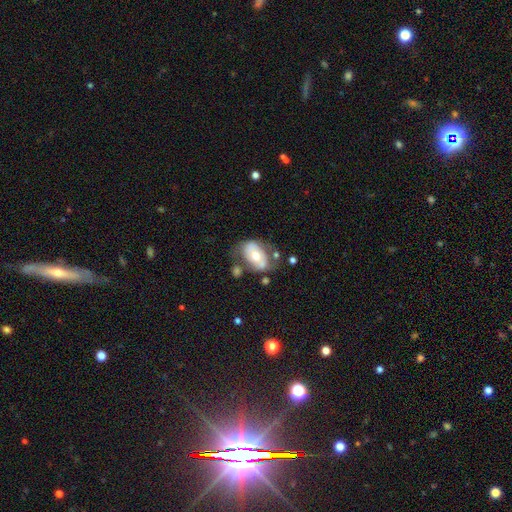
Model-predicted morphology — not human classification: Smooth or featured: featured or disk — 48% (smooth — 46%)
Merging: none — 48% (minor disturbance — 25%)